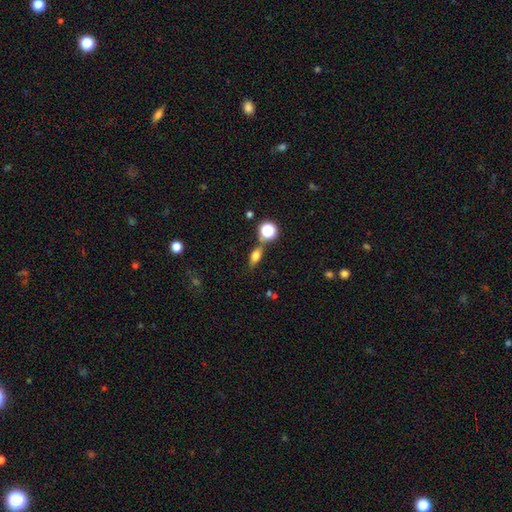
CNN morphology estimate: Overall: smooth (67%). How rounded: in between (67%). Merging: none (71%).